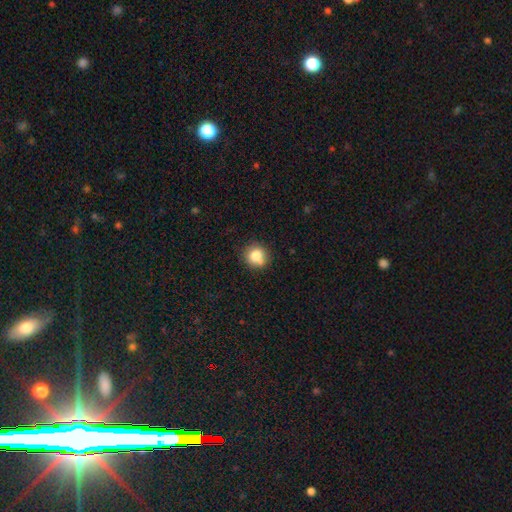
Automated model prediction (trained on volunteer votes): smooth-or-featured: smooth: 78% | featured or disk: 11% | star or artifact: 11%
  how-rounded: round: 87% | in between: 12% | cigar-shaped: 1%
  merging: none: 71% | minor disturbance: 14% | merger: 11% | major disturbance: 3%